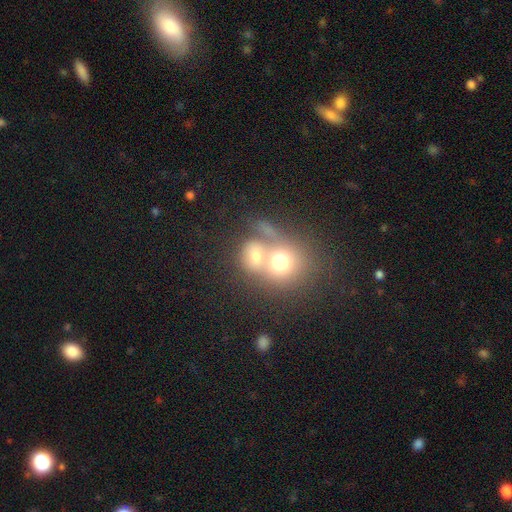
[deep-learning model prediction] A smooth galaxy with no disk features (64%) that is round (69%).

Vote fractions:
- Smooth or featured? smooth: 64% / featured or disk: 23% / star or artifact: 13%
- How rounded? round: 69% / in between: 30% / cigar-shaped: 1%
- Merging? merger: 66% / none: 20% / major disturbance: 7% / minor disturbance: 6%